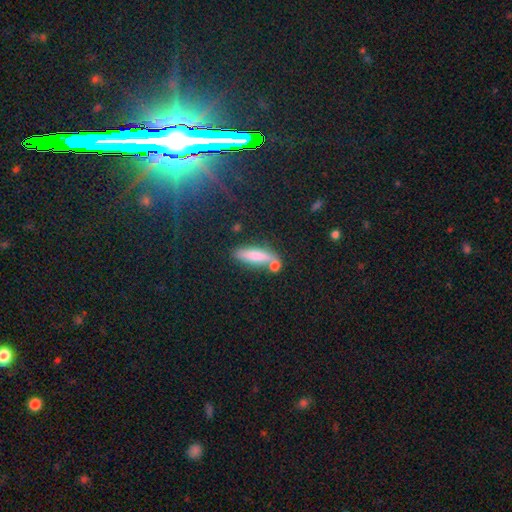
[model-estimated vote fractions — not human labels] A smooth galaxy with no disk features (70%) that is cigar-shaped (64%).

Vote fractions:
- Smooth or featured? smooth: 70% / featured or disk: 18% / star or artifact: 13%
- How rounded? cigar-shaped: 64% / in between: 33% / round: 3%
- Merging? none: 67% / merger: 15% / minor disturbance: 14% / major disturbance: 4%